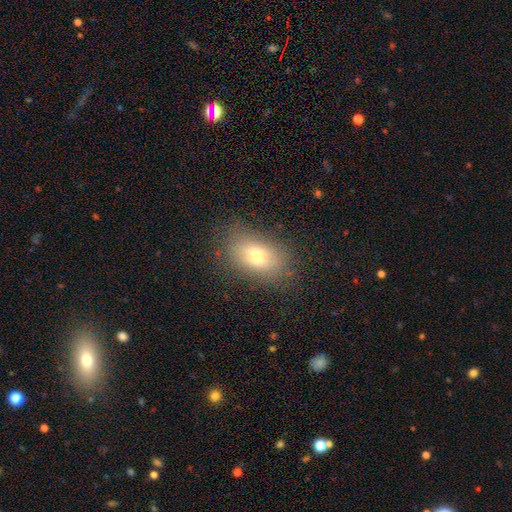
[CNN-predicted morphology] This is likely a smooth galaxy (73%). How rounded: clearly in between (86%). Merging: likely none (79%).